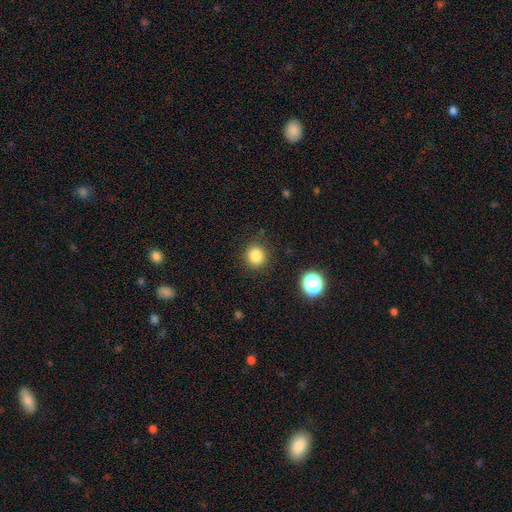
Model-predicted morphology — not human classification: Smooth or featured?
  - smooth: 83% *
  - star or artifact: 12%
  - featured or disk: 4%
How rounded?
  - round: 89% *
  - in between: 10%
  - cigar-shaped: 1%
Merging?
  - none: 89% *
  - minor disturbance: 7%
  - major disturbance: 3%
  - merger: 1%